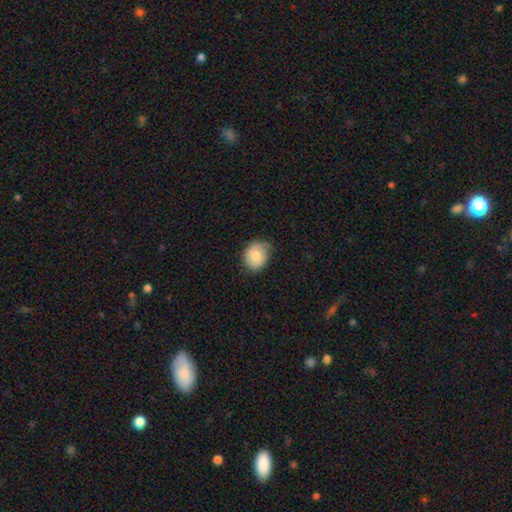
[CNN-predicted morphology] smooth 78%, featured or disk 15%, star or artifact 7%. Down the decision tree: how rounded — round (66%); merging — none (66%).